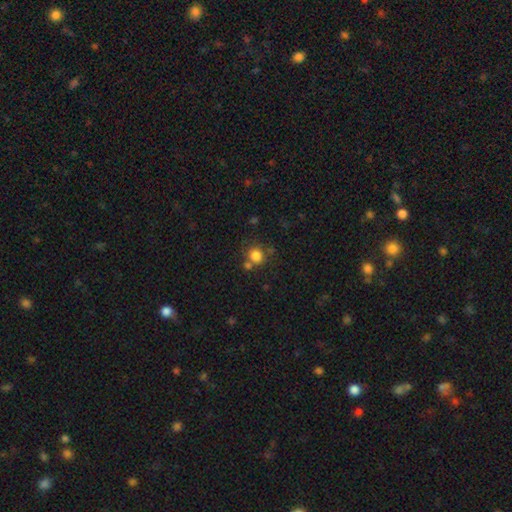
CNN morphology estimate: Smooth or featured? smooth (81%)
How rounded? round (89%)
Merging? none (63%)